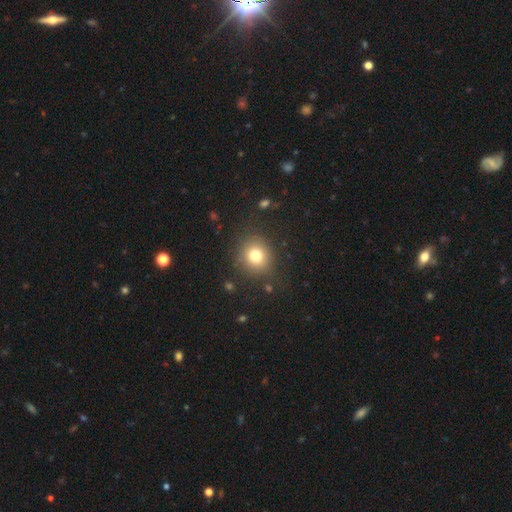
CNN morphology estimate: A smooth galaxy with no disk features (77%) that is round (83%). Merging: none (85%).